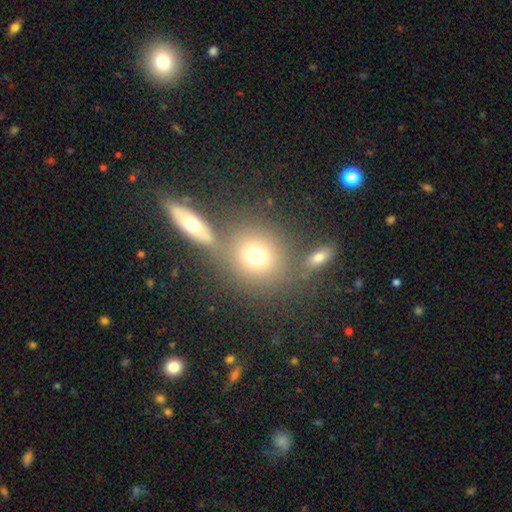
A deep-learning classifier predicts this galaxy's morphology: This appears to be a smooth galaxy with no disk features (73%) that is round (77%). Merging: none (57%).